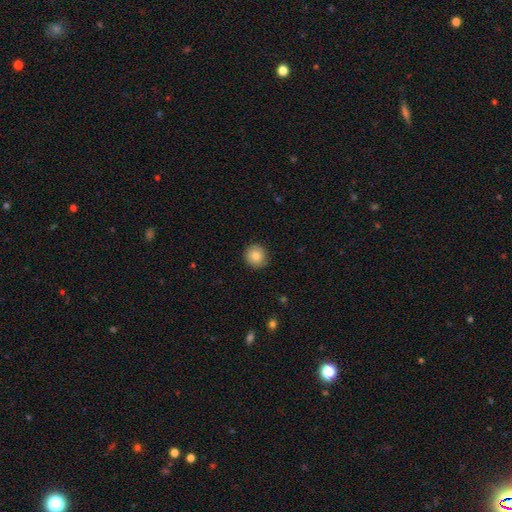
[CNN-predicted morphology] Q: Smooth or featured?
A: smooth (81%); runner-up: featured or disk (10%)
Q: How rounded?
A: round (93%); runner-up: in between (6%)
Q: Merging?
A: none (88%); runner-up: minor disturbance (9%)